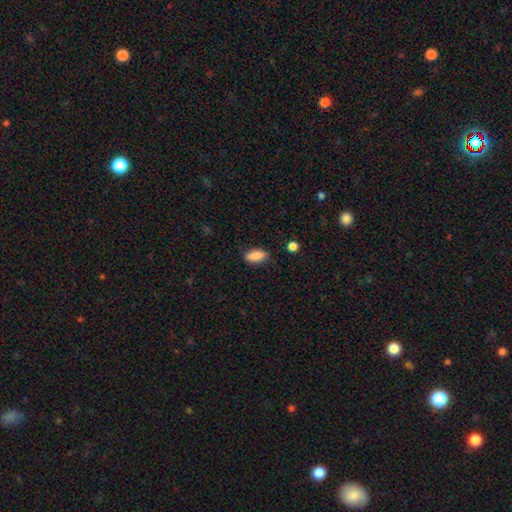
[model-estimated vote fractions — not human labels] A smooth galaxy with no disk features (87%) that is in between round and cigar-shaped (83%). Merging: none (81%).